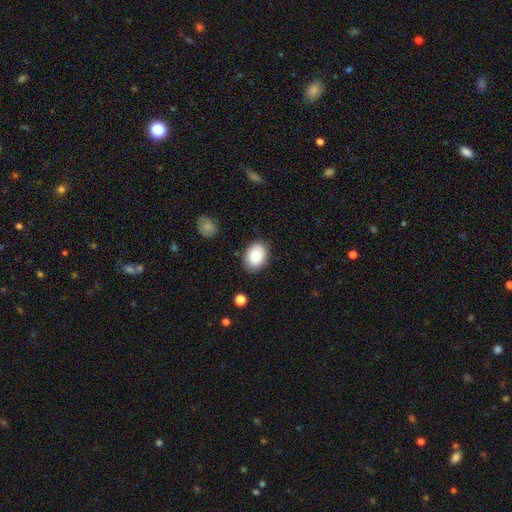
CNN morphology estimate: Overall: smooth (87%). How rounded: in between (77%). Merging: none (84%).